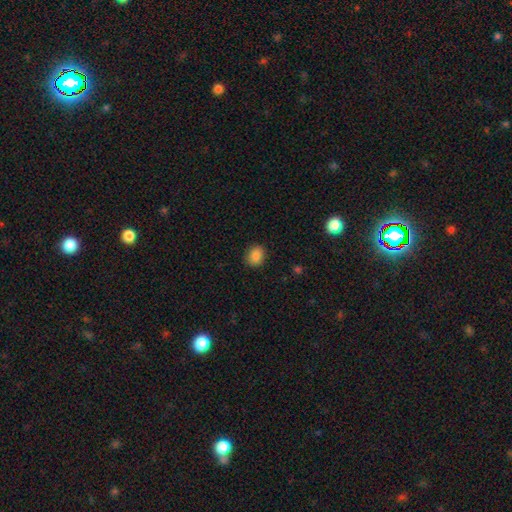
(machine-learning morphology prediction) Smooth or featured: smooth — 86% (star or artifact — 9%)
How rounded: in between — 50% (round — 49%)
Merging: none — 87% (minor disturbance — 9%)